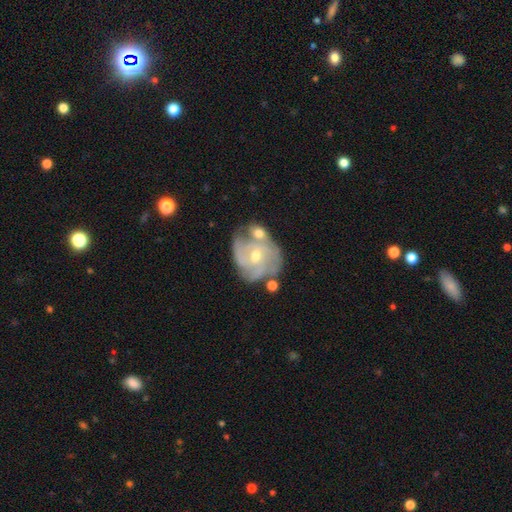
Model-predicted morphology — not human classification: smooth-or-featured: featured or disk: 82% | smooth: 12% | star or artifact: 7%
  disk-edge-on: no: 98% | yes: 2%
    bar: no: 62% | weak: 32% | strong: 6%
    has-spiral-arms: yes: 91% | no: 9%
      spiral-winding: tight: 54% | medium: 36% | loose: 11%
      spiral-arm-count: 3: 32% | can't tell: 28% | 4: 16% | 2: 14% | more than 4: 5% | 1: 5%
    bulge-size: small: 50% | moderate: 47% | large: 1% | none: 1% | dominant: 1%
  merging: none: 49% | merger: 22% | minor disturbance: 20% | major disturbance: 9%